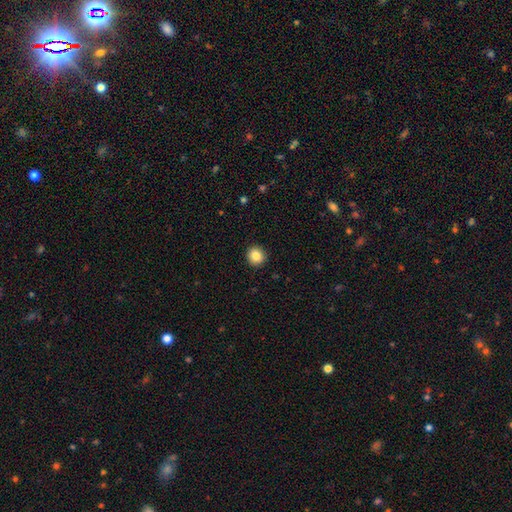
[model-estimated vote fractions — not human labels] Overall: smooth (85%). How rounded: round (92%). Merging: none (93%).